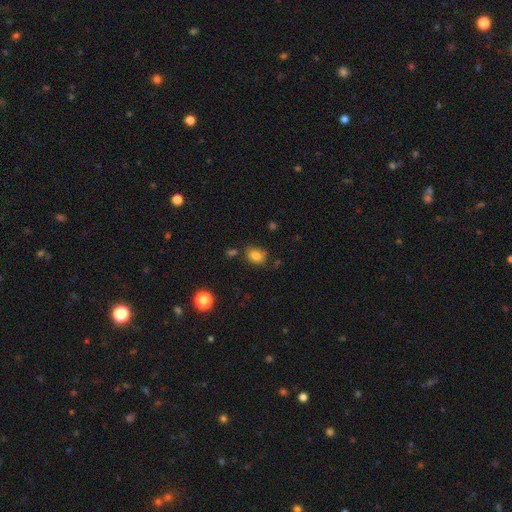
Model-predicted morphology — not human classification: type=smooth (82%); roundness=in between (65%); merging=none (70%).